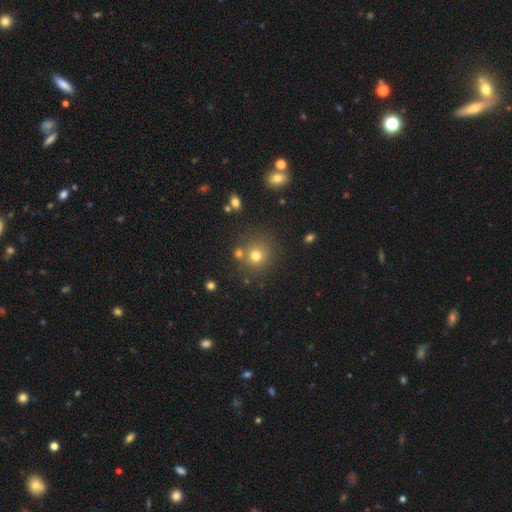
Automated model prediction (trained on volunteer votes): Smooth or featured: smooth — 73% (star or artifact — 17%)
How rounded: round — 89% (in between — 10%)
Merging: none — 74% (merger — 13%)